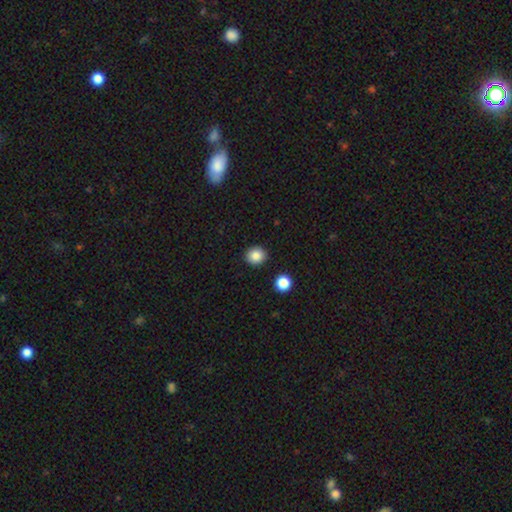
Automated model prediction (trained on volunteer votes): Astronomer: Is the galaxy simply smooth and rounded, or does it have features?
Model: smooth — 86%.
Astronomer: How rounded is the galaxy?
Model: round — 83%.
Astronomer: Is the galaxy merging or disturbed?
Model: none — 91%.